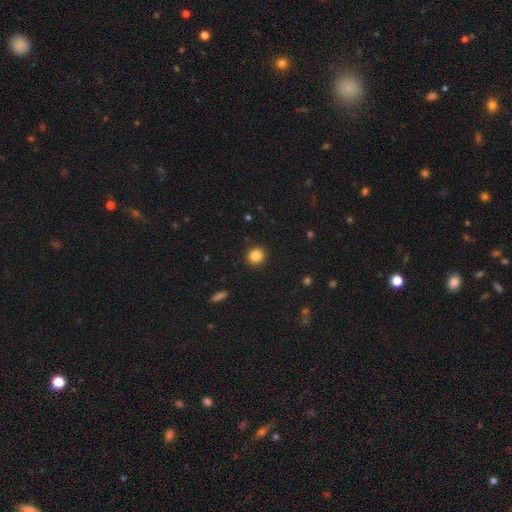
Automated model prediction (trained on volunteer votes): Smooth or featured? Predicted: smooth (p=0.85). How rounded? Predicted: round (p=0.90). Merging? Predicted: none (p=0.92).